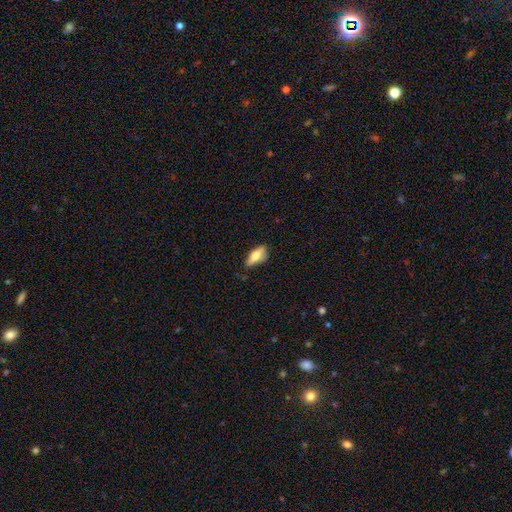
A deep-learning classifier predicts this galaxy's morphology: Smooth or featured: smooth — 61% (featured or disk — 32%)
How rounded: in between — 70% (cigar-shaped — 26%)
Merging: none — 64% (minor disturbance — 26%)